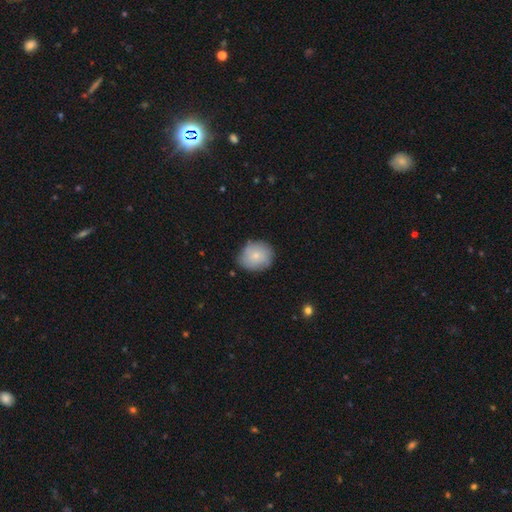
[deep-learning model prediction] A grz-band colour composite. It shows a smooth galaxy with no disk features (79%) that is round (70%). Merging: none (77%).